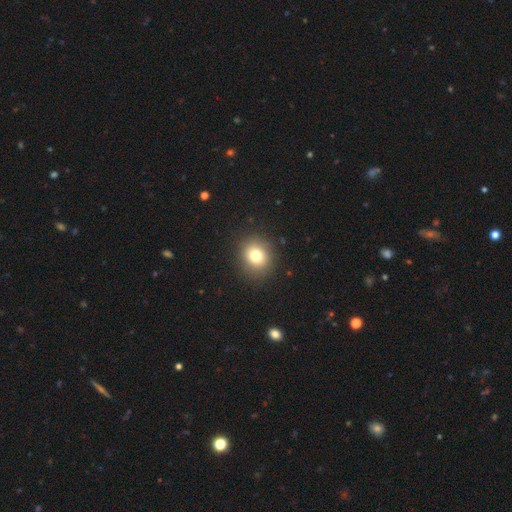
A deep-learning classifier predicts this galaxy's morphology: Overall: smooth (78%). How rounded: round (74%). Merging: none (89%).